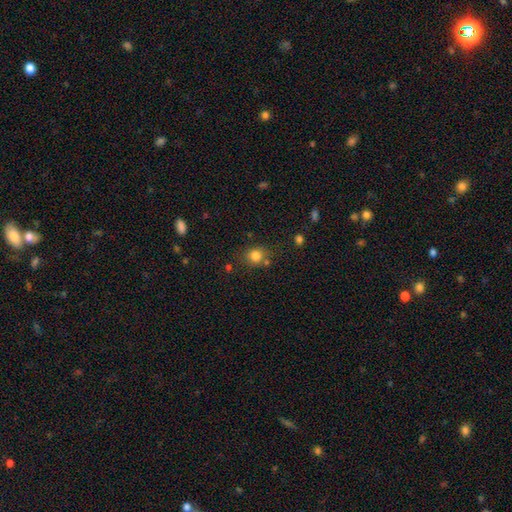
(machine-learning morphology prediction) Smooth or featured?
  - smooth: 81% *
  - star or artifact: 12%
  - featured or disk: 7%
How rounded?
  - round: 75% *
  - in between: 24%
  - cigar-shaped: 1%
Merging?
  - none: 71% *
  - minor disturbance: 14%
  - merger: 10%
  - major disturbance: 5%